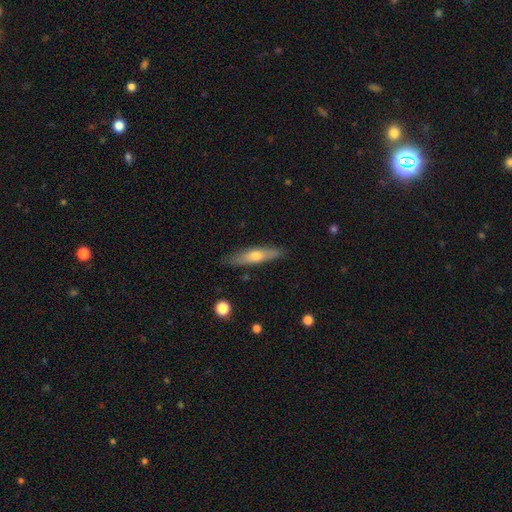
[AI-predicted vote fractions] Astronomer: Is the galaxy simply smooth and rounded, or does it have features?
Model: smooth — 48% (runner-up: featured or disk, 46%).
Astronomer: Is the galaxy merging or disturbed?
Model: none — 86%.